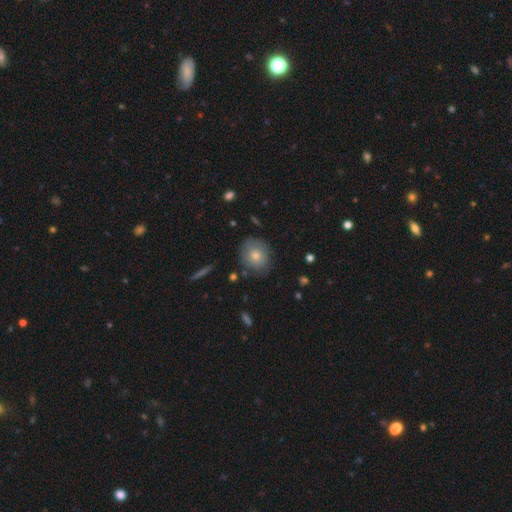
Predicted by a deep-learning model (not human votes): Q: Smooth or featured?
A: smooth (70%); runner-up: featured or disk (22%)
Q: How rounded?
A: round (81%); runner-up: in between (18%)
Q: Merging?
A: none (76%); runner-up: minor disturbance (18%)